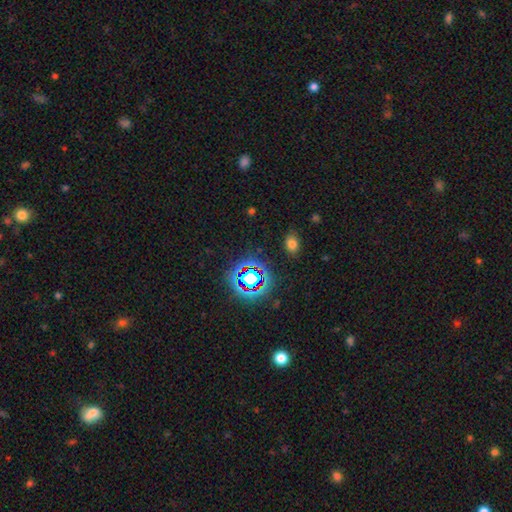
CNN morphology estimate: Overall: star or artifact (68%).